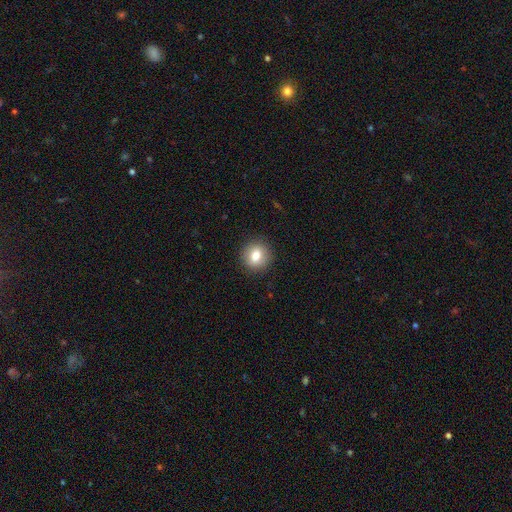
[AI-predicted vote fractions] Smooth or featured: smooth — 79% (featured or disk — 11%)
How rounded: round — 88% (in between — 11%)
Merging: none — 91% (minor disturbance — 6%)